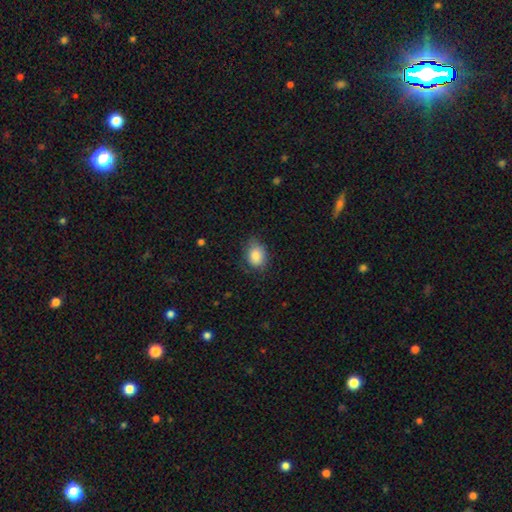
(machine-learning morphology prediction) Smooth or featured?
  - smooth: 84% *
  - star or artifact: 8%
  - featured or disk: 8%
How rounded?
  - in between: 60% *
  - round: 39%
  - cigar-shaped: 1%
Merging?
  - none: 67% *
  - minor disturbance: 25%
  - major disturbance: 6%
  - merger: 1%